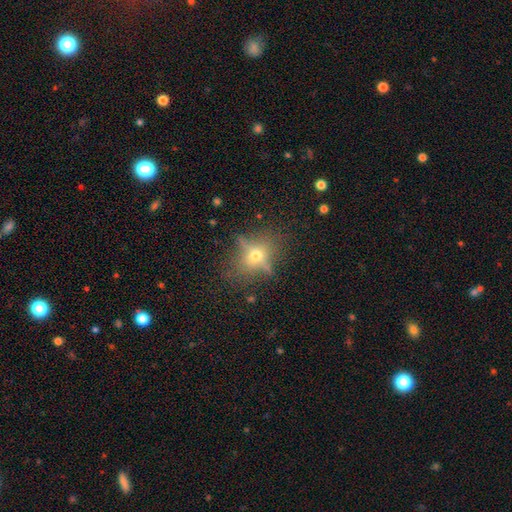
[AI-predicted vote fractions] A featured or disk galaxy (44%).

Vote fractions:
- Smooth or featured? featured or disk: 44% / smooth: 36% / star or artifact: 20%
- Merging? none: 71% / minor disturbance: 17% / major disturbance: 9% / merger: 3%